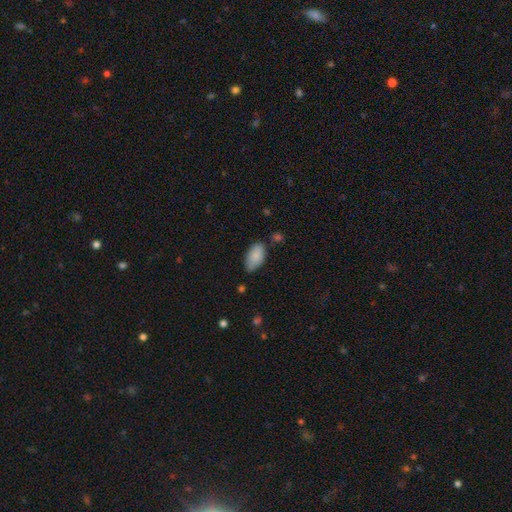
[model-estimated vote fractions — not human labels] smooth 87%, featured or disk 7%, star or artifact 6%. Down the decision tree: how rounded — in between (95%); merging — none (67%).